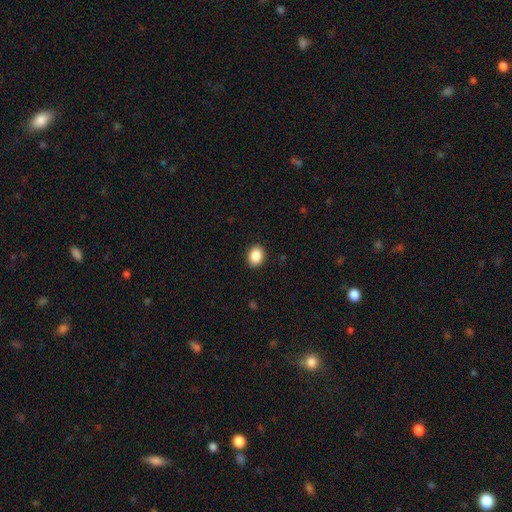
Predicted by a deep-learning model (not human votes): A smooth galaxy with no disk features (88%) that is in between round and cigar-shaped (51%). Merging: none (91%).